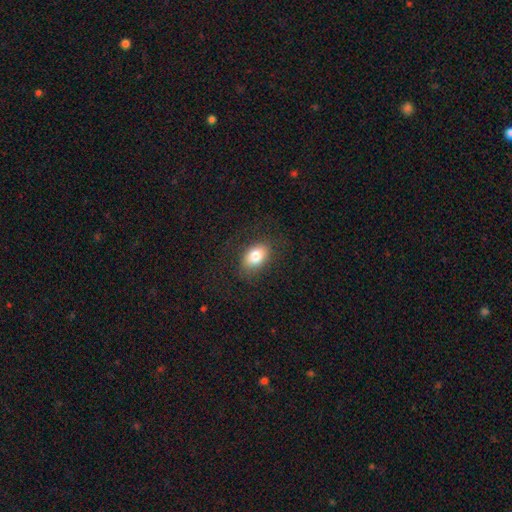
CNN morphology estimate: Smooth or featured?
  - smooth: 81% *
  - featured or disk: 11%
  - star or artifact: 8%
How rounded?
  - in between: 87% *
  - round: 12%
  - cigar-shaped: 2%
Merging?
  - none: 81% *
  - minor disturbance: 12%
  - major disturbance: 6%
  - merger: 1%